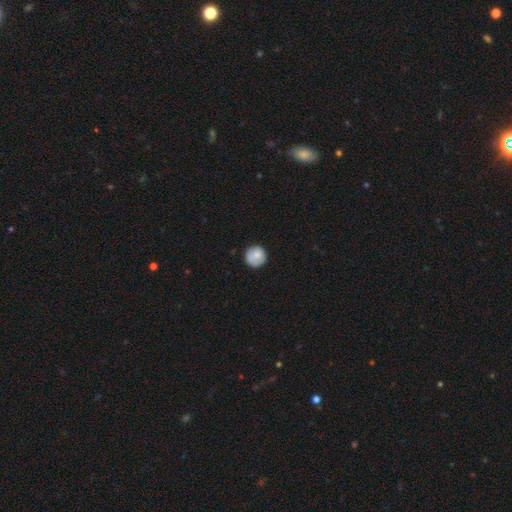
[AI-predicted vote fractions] smooth_or_featured: smooth (p=0.82) [alt: featured or disk p=0.11]
how_rounded: round (p=0.95) [alt: in between p=0.04]
merging: none (p=0.83) [alt: minor disturbance p=0.13]